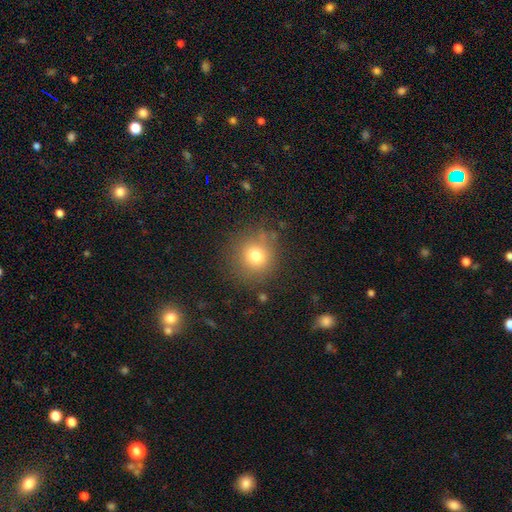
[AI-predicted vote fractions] A smooth galaxy with no disk features (76%) that is round (91%). Merging: none (82%).